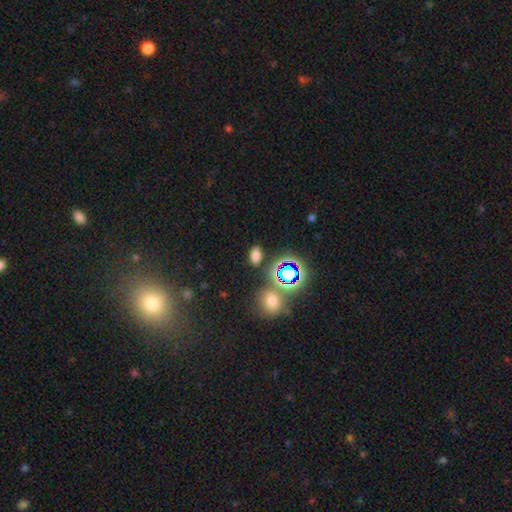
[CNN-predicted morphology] This appears to be a smooth galaxy with no disk features (69%) that is in between round and cigar-shaped (84%). Merging: none (84%).